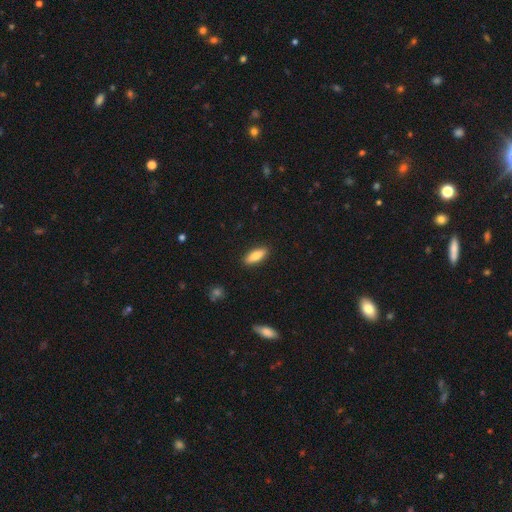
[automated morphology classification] Smooth or featured?
  - smooth: 82% *
  - featured or disk: 12%
  - star or artifact: 6%
How rounded?
  - in between: 69% *
  - cigar-shaped: 29%
  - round: 2%
Merging?
  - none: 90% *
  - minor disturbance: 7%
  - major disturbance: 2%
  - merger: 1%